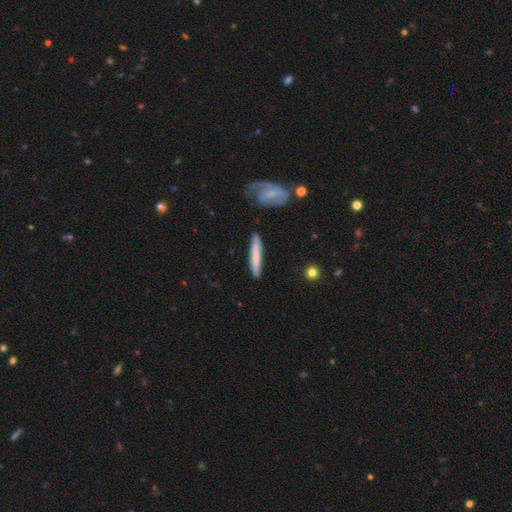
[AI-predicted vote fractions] A smooth galaxy with no disk features (67%) that is cigar-shaped (93%).

Vote fractions:
- Smooth or featured? smooth: 67% / featured or disk: 28% / star or artifact: 5%
- How rounded? cigar-shaped: 93% / in between: 6% / round: 1%
- Merging? none: 85% / minor disturbance: 10% / merger: 3% / major disturbance: 2%